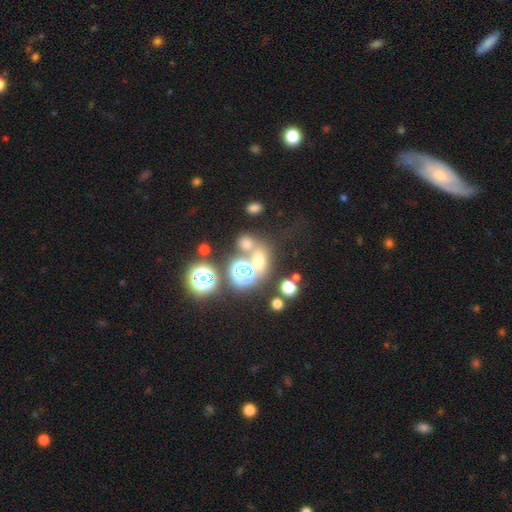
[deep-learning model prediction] A star or artifact, not a galaxy (44%).

Vote fractions:
- Smooth or featured? star or artifact: 44% / smooth: 37% / featured or disk: 19%